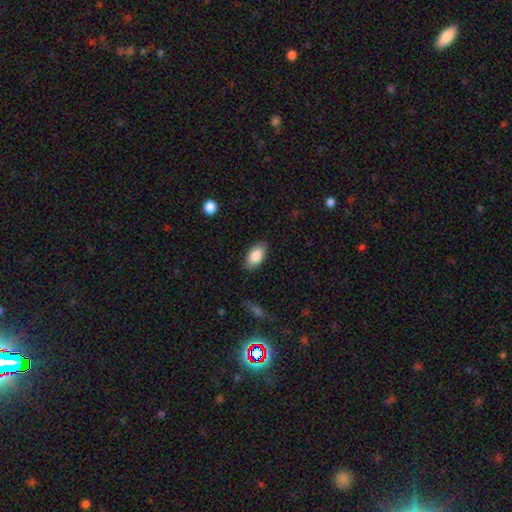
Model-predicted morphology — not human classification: The model was most divided on "merging": none: 85%, minor disturbance: 11%, major disturbance: 2%, merger: 1%. More confident: how rounded — in between (94%); smooth or featured — smooth (86%).